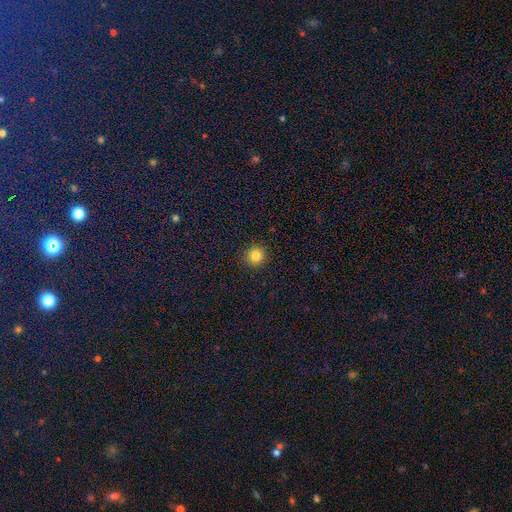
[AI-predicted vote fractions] smooth-or-featured: smooth: 84% | star or artifact: 11% | featured or disk: 5%
  how-rounded: round: 91% | in between: 8% | cigar-shaped: 1%
  merging: none: 91% | minor disturbance: 6% | major disturbance: 2% | merger: 1%